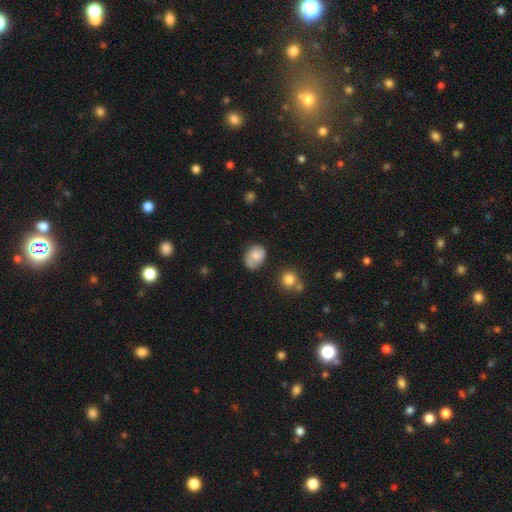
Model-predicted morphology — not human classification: Smooth or featured?
  - smooth: 66% *
  - featured or disk: 26%
  - star or artifact: 8%
How rounded?
  - in between: 73% *
  - round: 26%
  - cigar-shaped: 1%
Merging?
  - none: 60% *
  - minor disturbance: 29%
  - major disturbance: 7%
  - merger: 4%